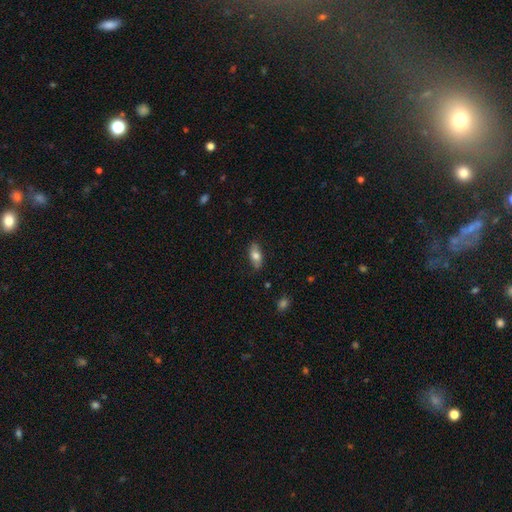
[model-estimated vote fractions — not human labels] Q: Smooth or featured?
A: smooth (74%); runner-up: featured or disk (19%)
Q: How rounded?
A: in between (83%); runner-up: cigar-shaped (14%)
Q: Merging?
A: none (83%); runner-up: minor disturbance (13%)